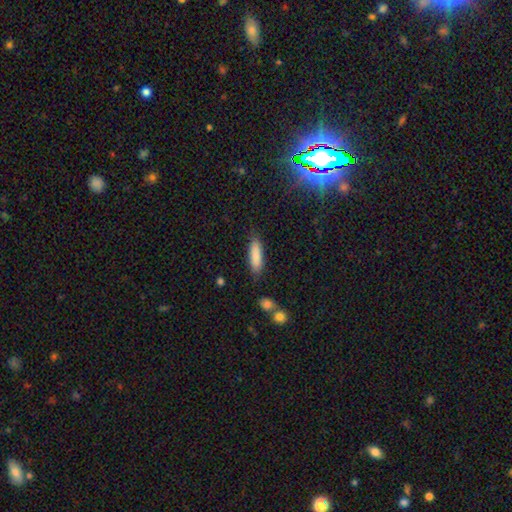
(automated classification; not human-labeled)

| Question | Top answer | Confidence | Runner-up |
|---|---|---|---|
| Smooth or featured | smooth | 86% | featured or disk (8%) |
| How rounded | cigar-shaped | 58% | in between (41%) |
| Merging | none | 82% | minor disturbance (13%) |